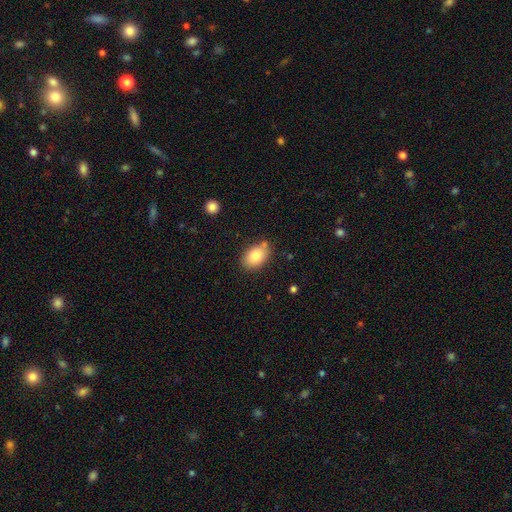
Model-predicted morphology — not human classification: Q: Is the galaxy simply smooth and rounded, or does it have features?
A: smooth — 81%.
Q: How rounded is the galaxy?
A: in between — 83%.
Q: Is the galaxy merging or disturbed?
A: none — 75%.